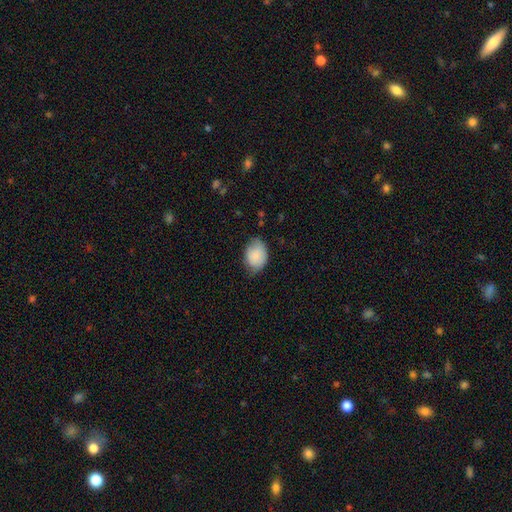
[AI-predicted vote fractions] smooth_or_featured: smooth (p=0.84) [alt: featured or disk p=0.09]
how_rounded: in between (p=0.74) [alt: round p=0.25]
merging: none (p=0.56) [alt: minor disturbance p=0.35]